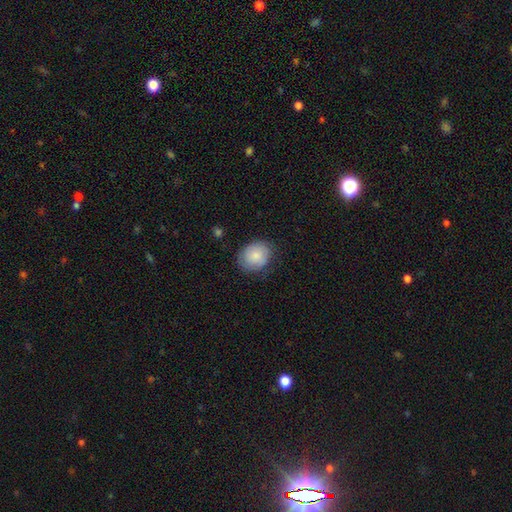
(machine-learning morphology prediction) This is clearly a smooth galaxy (80%). How rounded: possibly round (53%). Merging: likely none (75%).